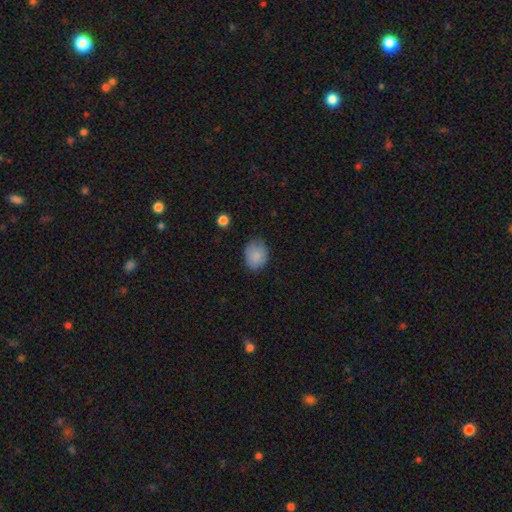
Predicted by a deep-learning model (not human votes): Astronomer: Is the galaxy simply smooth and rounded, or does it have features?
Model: smooth — 85%.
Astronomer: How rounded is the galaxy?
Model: in between — 58% (runner-up: round, 41%).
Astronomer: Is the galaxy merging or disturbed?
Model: none — 75%.